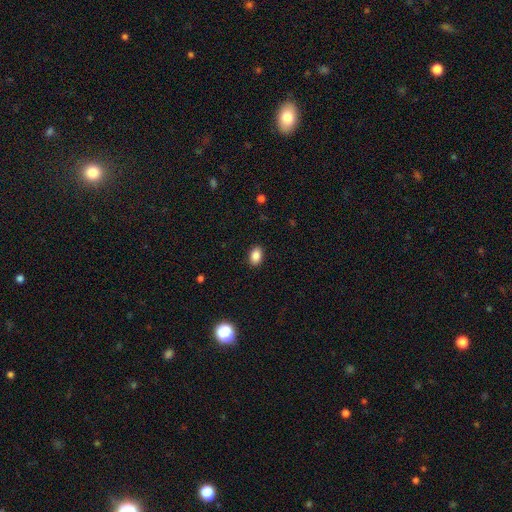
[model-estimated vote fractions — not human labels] Smooth or featured?
  - smooth: 87% *
  - star or artifact: 9%
  - featured or disk: 4%
How rounded?
  - in between: 84% *
  - round: 15%
  - cigar-shaped: 1%
Merging?
  - none: 90% *
  - minor disturbance: 7%
  - major disturbance: 2%
  - merger: 1%